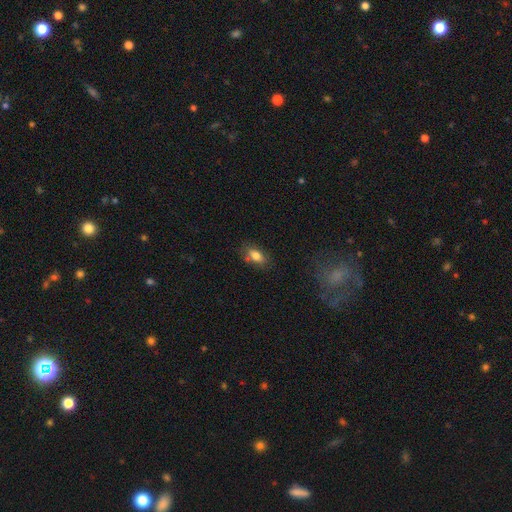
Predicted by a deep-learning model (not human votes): Smooth or featured?
  - smooth: 79% *
  - featured or disk: 12%
  - star or artifact: 9%
How rounded?
  - in between: 85% *
  - cigar-shaped: 8%
  - round: 7%
Merging?
  - none: 70% *
  - minor disturbance: 19%
  - merger: 5%
  - major disturbance: 5%